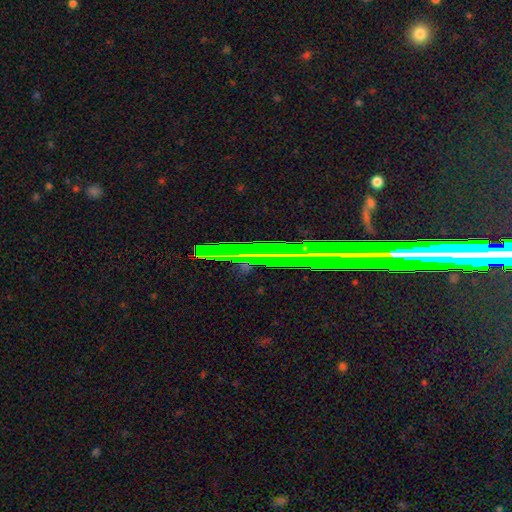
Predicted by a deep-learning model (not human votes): smooth-or-featured: star or artifact: 59% | featured or disk: 27% | smooth: 14%